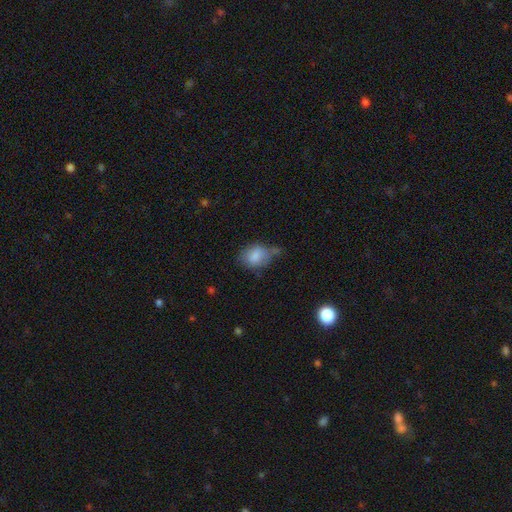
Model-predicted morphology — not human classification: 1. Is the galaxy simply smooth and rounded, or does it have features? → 83% smooth, 10% featured or disk, 8% star or artifact.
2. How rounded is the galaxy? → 63% in between, 35% round, 1% cigar-shaped.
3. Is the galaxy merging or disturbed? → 46% none, 31% minor disturbance, 11% major disturbance, 11% merger.